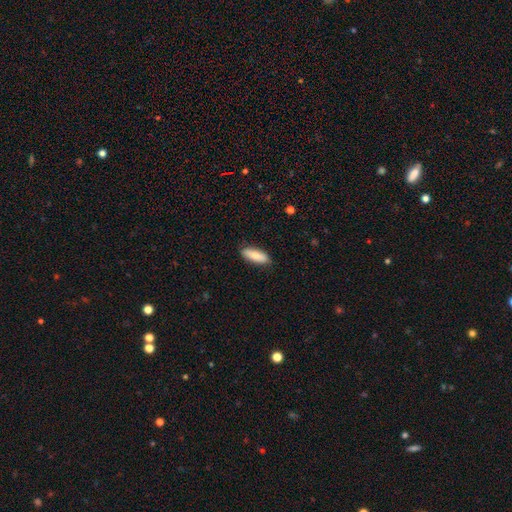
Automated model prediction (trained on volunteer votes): A smooth galaxy with no disk features (85%) that is in between round and cigar-shaped (65%). Merging: none (87%).